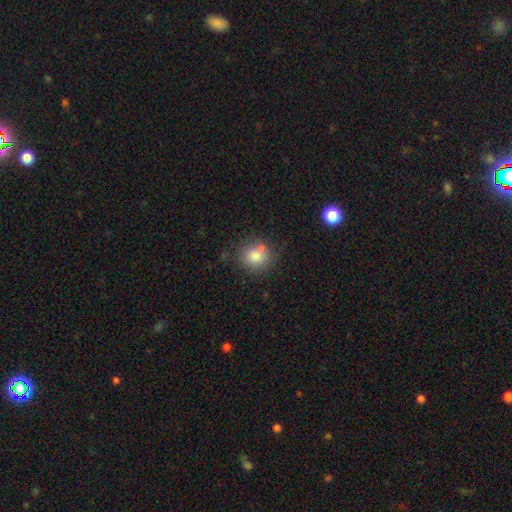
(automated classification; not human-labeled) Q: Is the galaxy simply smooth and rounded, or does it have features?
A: smooth — 80%.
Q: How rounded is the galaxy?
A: round — 83%.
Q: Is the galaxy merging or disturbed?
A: none — 68%.